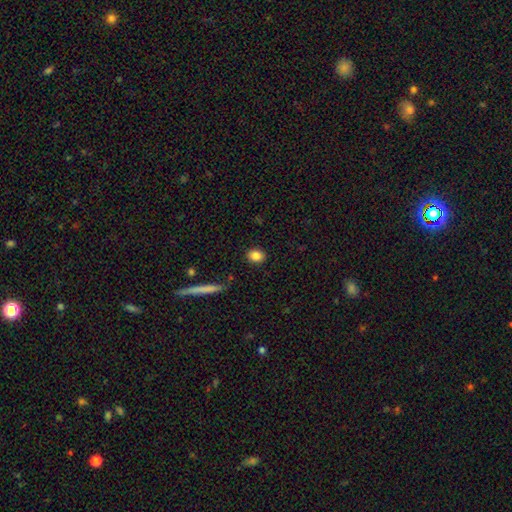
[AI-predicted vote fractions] A smooth galaxy with no disk features (85%) that is in between round and cigar-shaped (61%). Merging: none (88%).